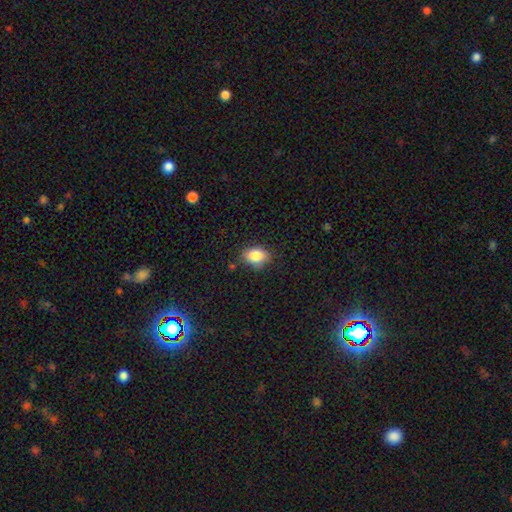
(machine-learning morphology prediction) Overall: smooth (85%). How rounded: in between (72%). Merging: none (77%).